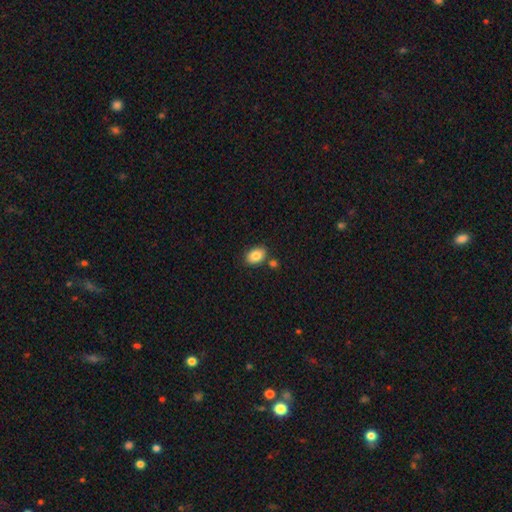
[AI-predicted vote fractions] Smooth or featured? smooth (84%)
How rounded? in between (83%)
Merging? none (79%)